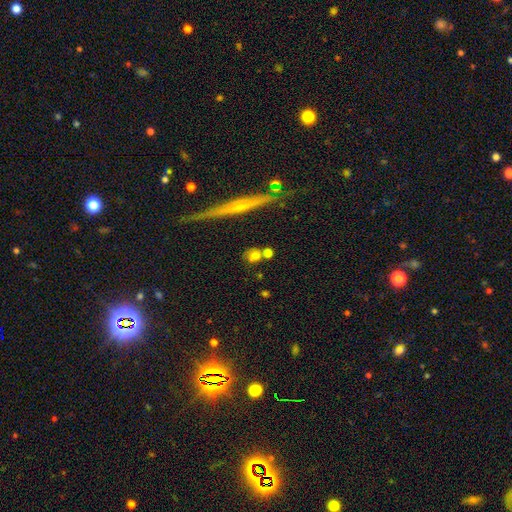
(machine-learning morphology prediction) A smooth galaxy with no disk features (65%) that is round (79%).

Vote fractions:
- Smooth or featured? smooth: 65% / featured or disk: 21% / star or artifact: 14%
- How rounded? round: 79% / in between: 14% / cigar-shaped: 7%
- Merging? none: 66% / merger: 19% / minor disturbance: 11% / major disturbance: 4%